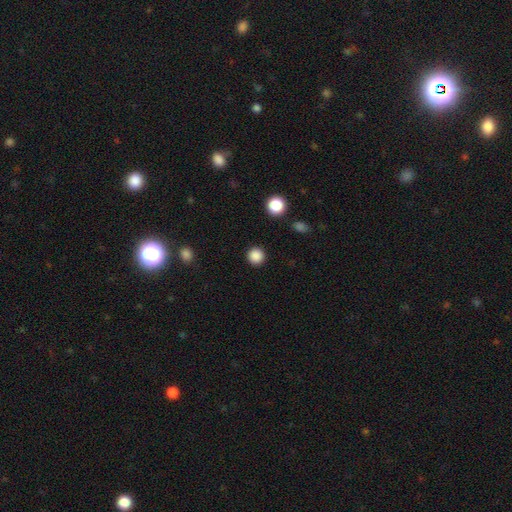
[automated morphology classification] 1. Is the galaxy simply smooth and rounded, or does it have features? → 86% smooth, 11% star or artifact, 3% featured or disk.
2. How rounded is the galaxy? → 95% round, 4% in between, 1% cigar-shaped.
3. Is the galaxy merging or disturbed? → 92% none, 5% minor disturbance, 2% major disturbance, 1% merger.